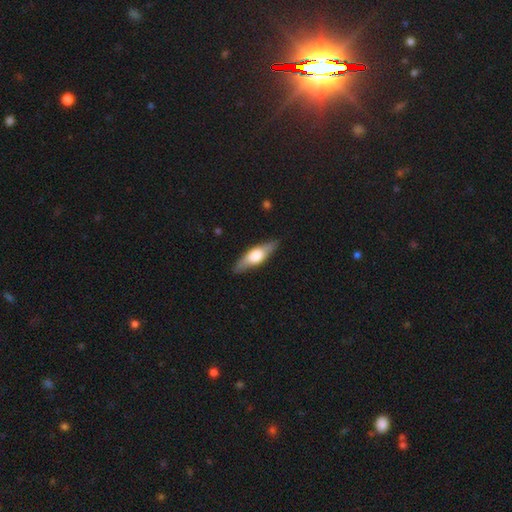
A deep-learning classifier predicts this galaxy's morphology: A featured or disk galaxy (56%) viewed edge-on (91%) with a rounded central bulge (89%).

Vote fractions:
- Smooth or featured? featured or disk: 56% / smooth: 39% / star or artifact: 5%
- Edge-on disk? yes: 91% / no: 9%
- Edge-on bulge? rounded: 89% / boxy: 9% / none: 2%
- Merging? none: 87% / minor disturbance: 10% / major disturbance: 2% / merger: 1%